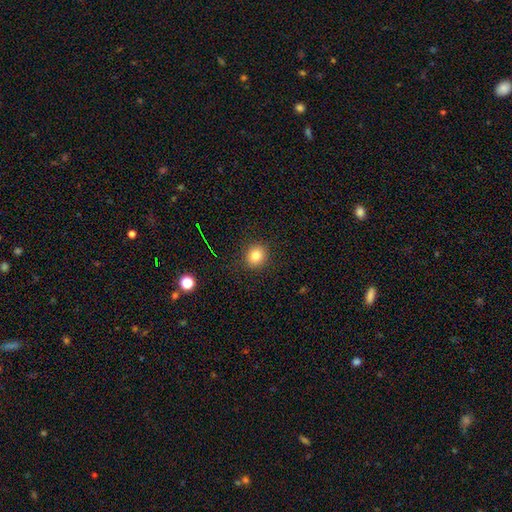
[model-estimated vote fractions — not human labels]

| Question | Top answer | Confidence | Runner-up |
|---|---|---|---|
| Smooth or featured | smooth | 81% | star or artifact (12%) |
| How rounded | round | 79% | in between (21%) |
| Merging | none | 89% | minor disturbance (7%) |